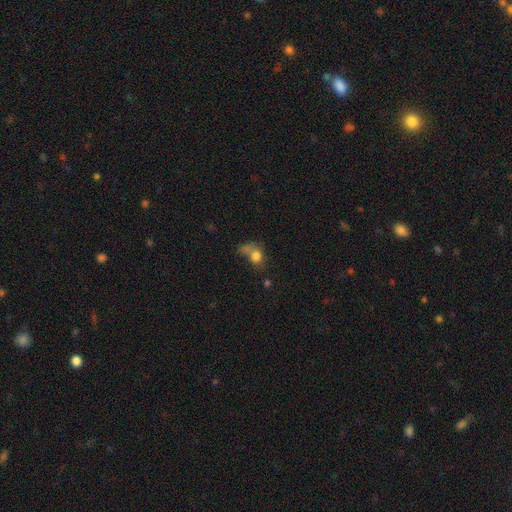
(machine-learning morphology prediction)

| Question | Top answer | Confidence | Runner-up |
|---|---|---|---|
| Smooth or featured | smooth | 75% | featured or disk (12%) |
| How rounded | round | 55% | in between (44%) |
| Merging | merger | 35% | none (29%) |